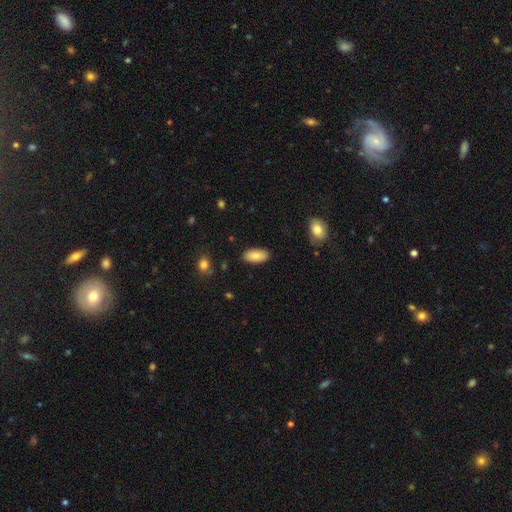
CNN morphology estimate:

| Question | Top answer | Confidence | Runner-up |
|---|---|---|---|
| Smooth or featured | smooth | 81% | featured or disk (12%) |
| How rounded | in between | 91% | cigar-shaped (6%) |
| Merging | none | 86% | minor disturbance (10%) |